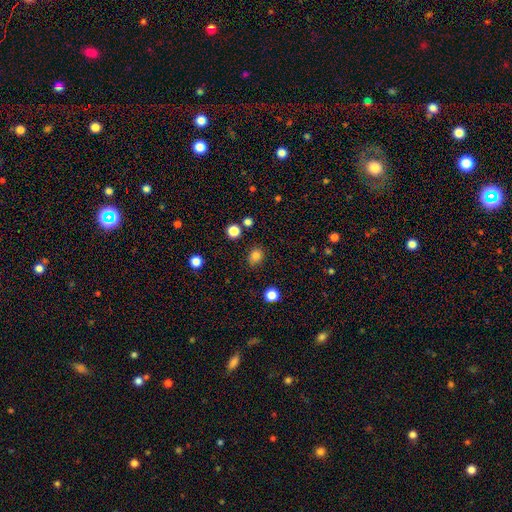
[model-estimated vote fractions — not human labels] The model was most divided on "how rounded": round: 70%, in between: 30%, cigar-shaped: 1%. More confident: merging — none (85%); smooth or featured — smooth (82%).